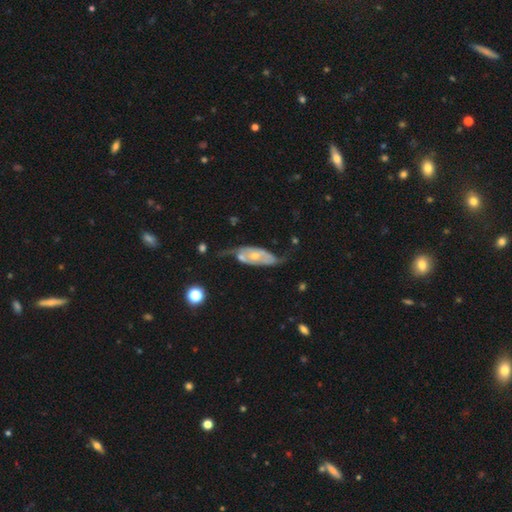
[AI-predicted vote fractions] Smooth or featured? Predicted: featured or disk (p=0.67). Edge-on disk? Predicted: no (p=0.85). Bar? Predicted: no (p=0.69). Spiral arms? Predicted: yes (p=0.66). Bulge size? Predicted: small (p=0.46, tied with moderate). Merging? Predicted: none (p=0.36).